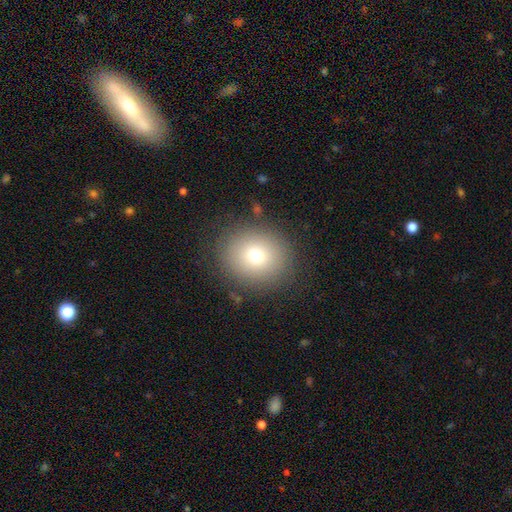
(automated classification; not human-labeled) A smooth galaxy with no disk features (73%) that is round (74%). Merging: none (86%).